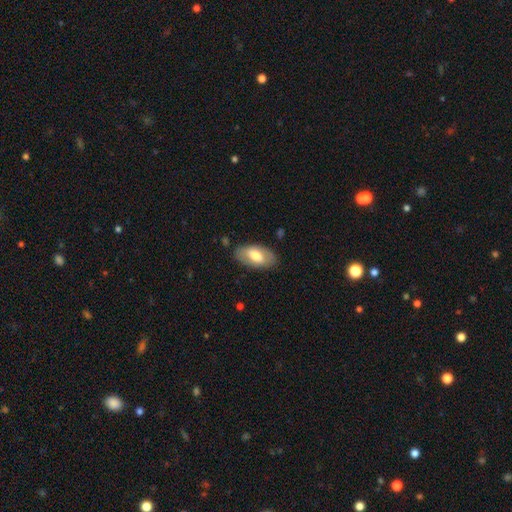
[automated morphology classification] Smooth or featured? Predicted: smooth (p=0.61). How rounded? Predicted: in between (p=0.94). Merging? Predicted: none (p=0.81).